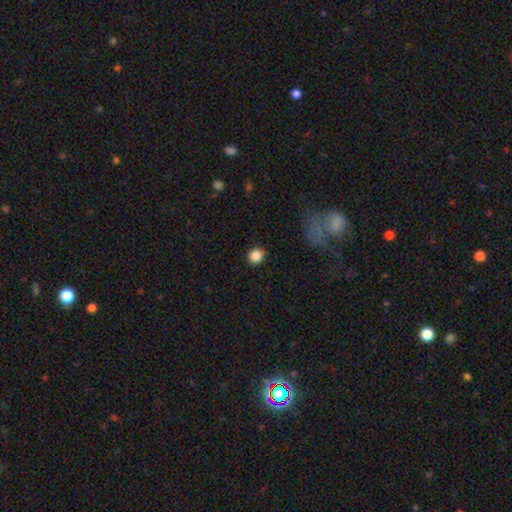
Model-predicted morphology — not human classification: Smooth or featured: smooth — 86% (star or artifact — 10%)
How rounded: round — 91% (in between — 8%)
Merging: none — 90% (minor disturbance — 6%)